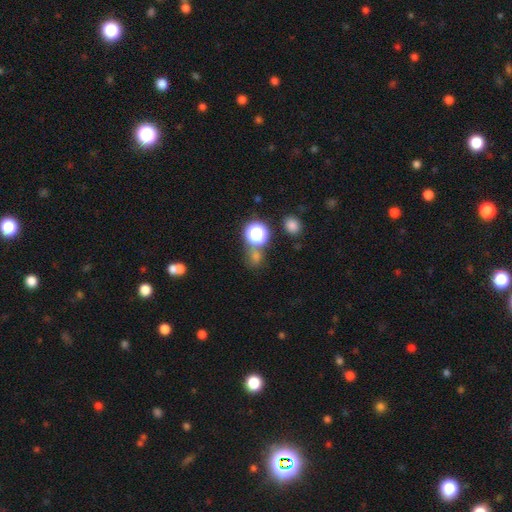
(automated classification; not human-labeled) Smooth or featured? Predicted: smooth (p=0.49). Merging? Predicted: none (p=0.67).